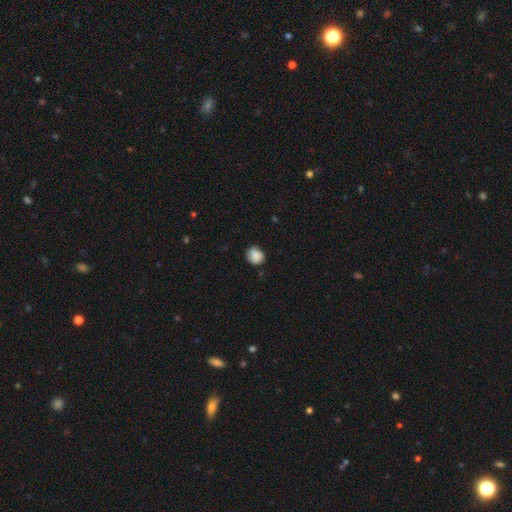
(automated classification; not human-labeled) smooth 85%, star or artifact 8%, featured or disk 7%. Down the decision tree: how rounded — round (74%); merging — none (77%).